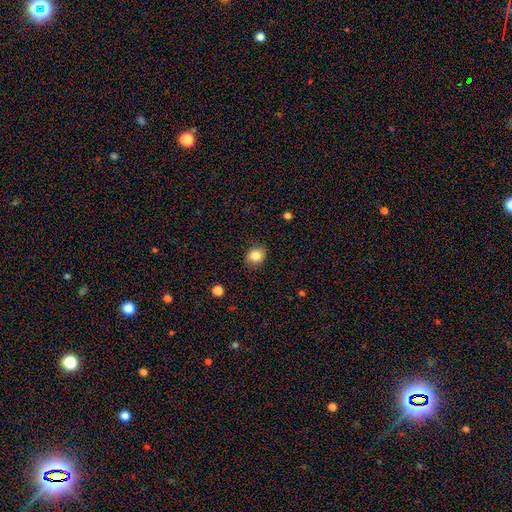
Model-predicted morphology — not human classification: type=smooth (84%); roundness=round (66%); merging=none (85%).